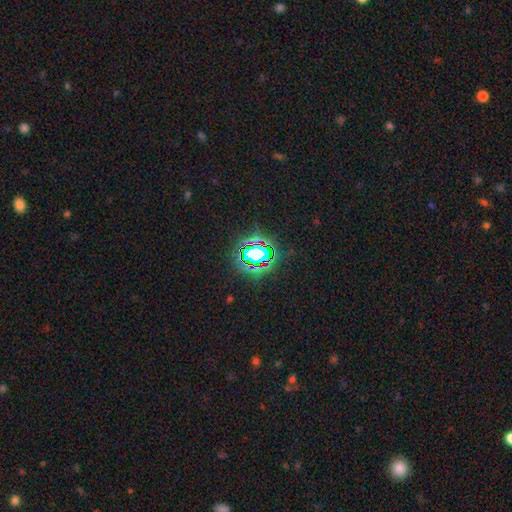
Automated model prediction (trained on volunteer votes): Smooth or featured?
  - star or artifact: 79% *
  - smooth: 14%
  - featured or disk: 7%